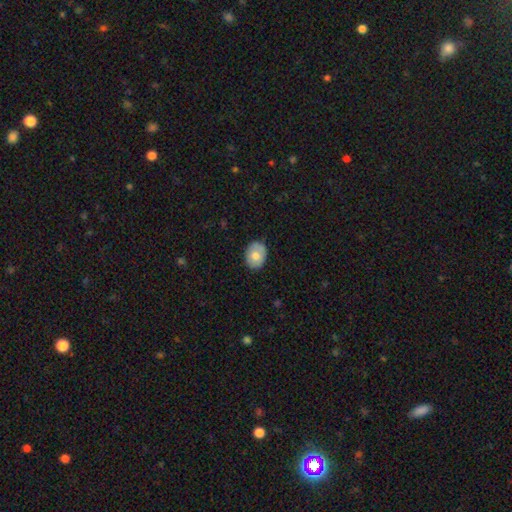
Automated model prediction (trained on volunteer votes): Smooth or featured?
  - smooth: 69% *
  - featured or disk: 24%
  - star or artifact: 7%
How rounded?
  - in between: 52% *
  - round: 48%
  - cigar-shaped: 1%
Merging?
  - none: 80% *
  - minor disturbance: 16%
  - major disturbance: 3%
  - merger: 1%